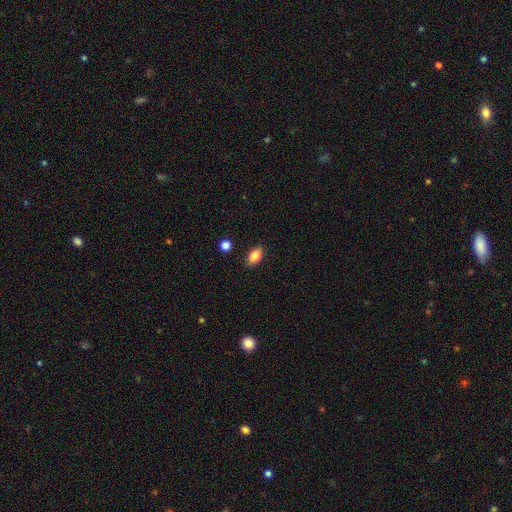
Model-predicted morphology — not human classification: smooth_or_featured: smooth (p=0.81) [alt: featured or disk p=0.11]
how_rounded: in between (p=0.85) [alt: round p=0.11]
merging: none (p=0.86) [alt: minor disturbance p=0.10]